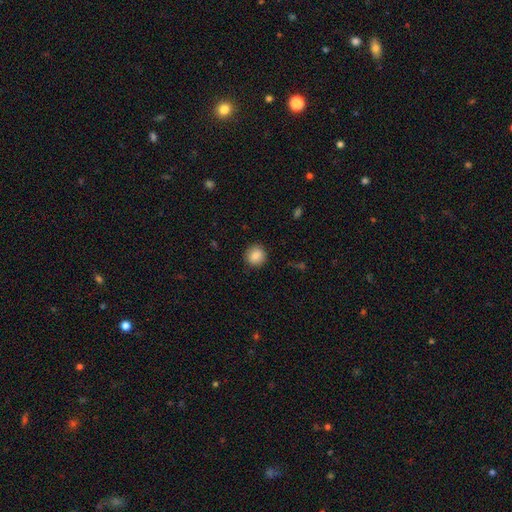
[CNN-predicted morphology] smooth-or-featured: smooth: 88% | star or artifact: 8% | featured or disk: 3%
  how-rounded: round: 90% | in between: 9% | cigar-shaped: 1%
  merging: none: 89% | minor disturbance: 7% | major disturbance: 2% | merger: 1%